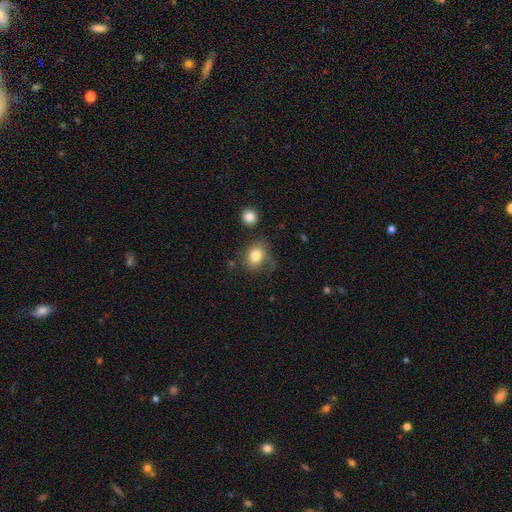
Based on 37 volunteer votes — This appears to be a smooth galaxy with no disk features (86%) that is in between round and cigar-shaped (53%). Merging: none (60%).